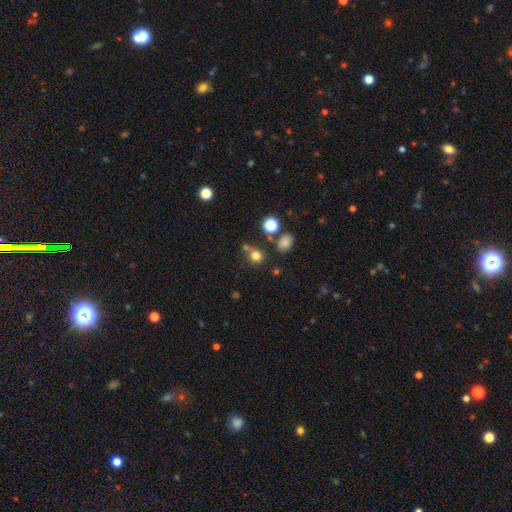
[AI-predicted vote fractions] Smooth or featured? Predicted: smooth (p=0.75). How rounded? Predicted: round (p=0.83). Merging? Predicted: none (p=0.65).